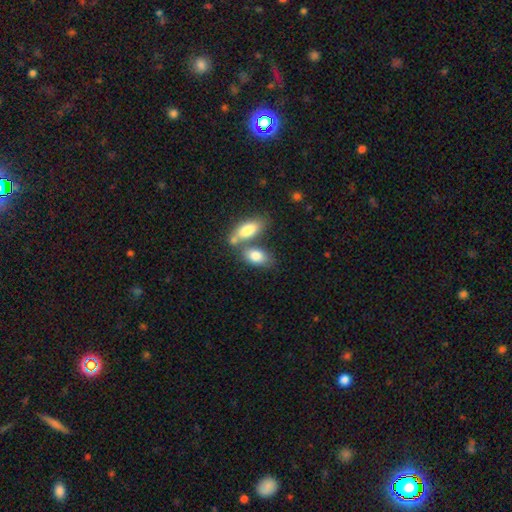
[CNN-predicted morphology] smooth-or-featured: smooth: 82% | featured or disk: 12% | star or artifact: 6%
  how-rounded: in between: 89% | round: 6% | cigar-shaped: 4%
  merging: merger: 45% | none: 39% | minor disturbance: 11% | major disturbance: 4%